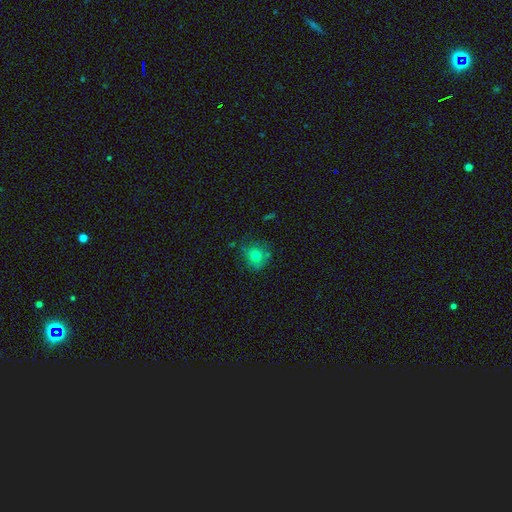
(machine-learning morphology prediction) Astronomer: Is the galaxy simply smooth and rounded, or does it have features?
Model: smooth — 76%.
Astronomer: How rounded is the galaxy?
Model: round — 86%.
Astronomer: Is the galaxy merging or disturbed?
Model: none — 69%.